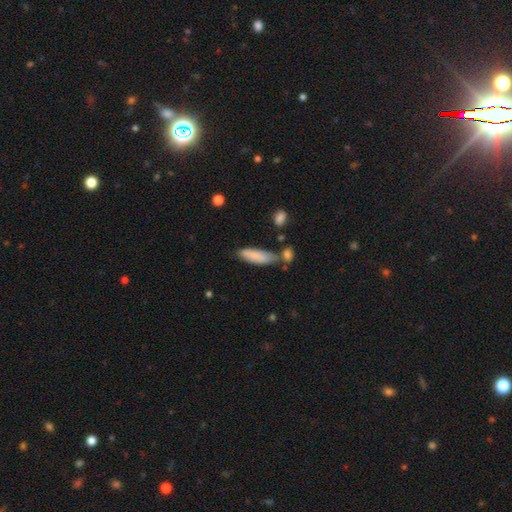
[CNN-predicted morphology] smooth_or_featured: smooth (p=0.82) [alt: featured or disk p=0.11]
how_rounded: in between (p=0.52) [alt: cigar-shaped p=0.46]
merging: none (p=0.59) [alt: minor disturbance p=0.21]